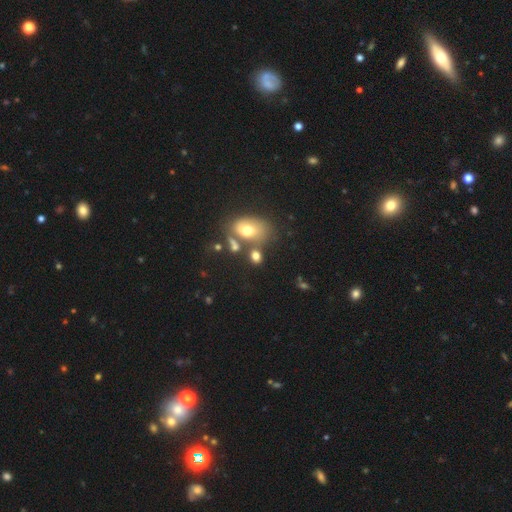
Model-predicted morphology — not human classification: This appears to be a smooth galaxy with no disk features (69%) that is in between round and cigar-shaped (61%). Merging: none (46%).